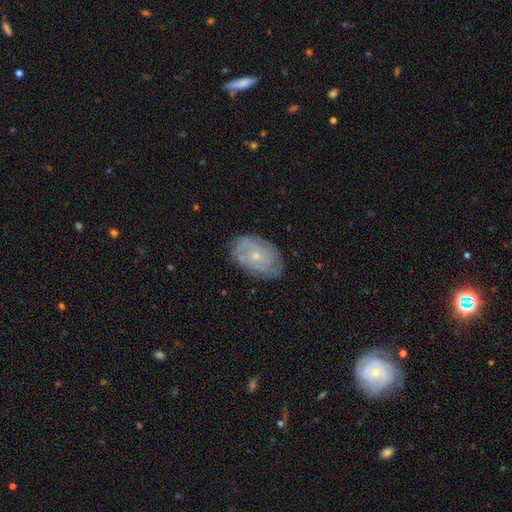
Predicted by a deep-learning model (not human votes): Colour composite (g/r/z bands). It shows a featured or disk galaxy (61%) with no bar (83%), spiral arms (76%) and a small central bulge (75%). Merging: none (76%).